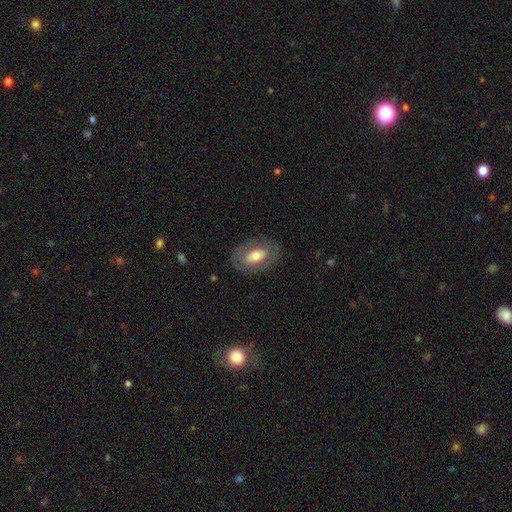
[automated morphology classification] Q: Smooth or featured?
A: smooth (54%); runner-up: featured or disk (39%)
Q: How rounded?
A: in between (88%); runner-up: round (10%)
Q: Merging?
A: none (80%); runner-up: minor disturbance (13%)